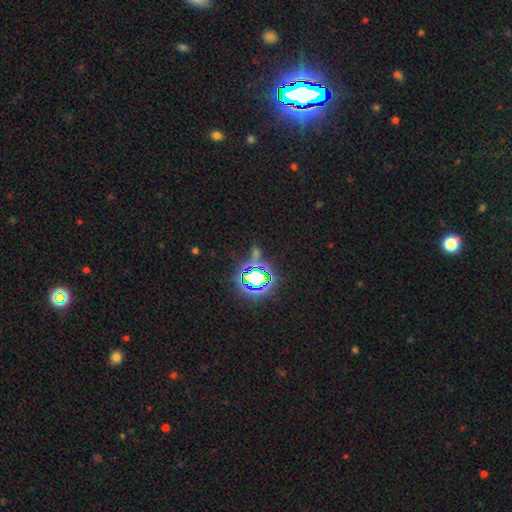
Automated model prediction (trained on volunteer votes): Morphology: type=star or artifact (76%).